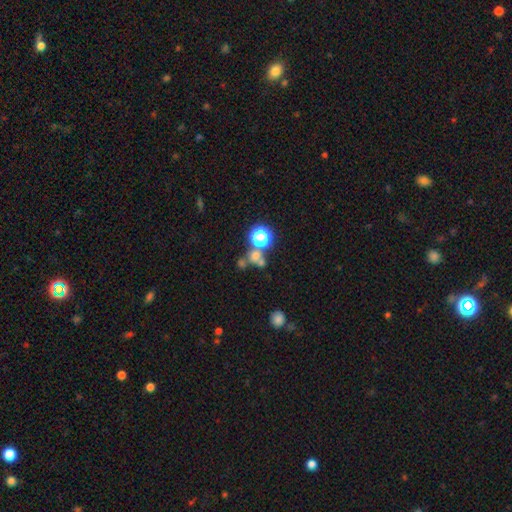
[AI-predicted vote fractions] The model was most divided on "merging": none: 49%, merger: 37%, minor disturbance: 8%, major disturbance: 6%. More confident: how rounded — round (84%); smooth or featured — smooth (59%).